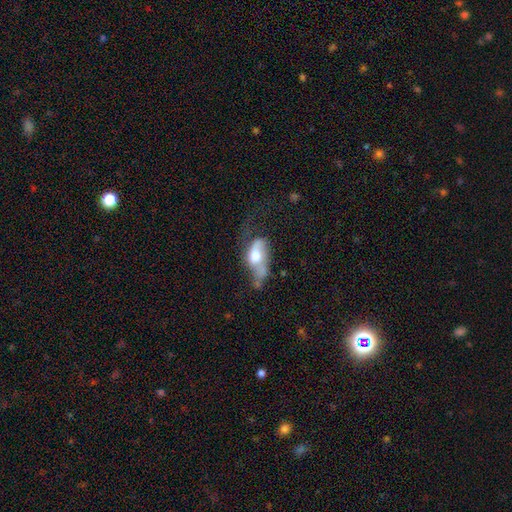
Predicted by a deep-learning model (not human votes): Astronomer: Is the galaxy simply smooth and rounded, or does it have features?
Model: smooth — 54% (runner-up: featured or disk, 39%).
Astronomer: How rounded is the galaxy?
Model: in between — 85%.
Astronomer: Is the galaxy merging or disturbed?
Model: major disturbance — 39% (runner-up: minor disturbance, 26%).